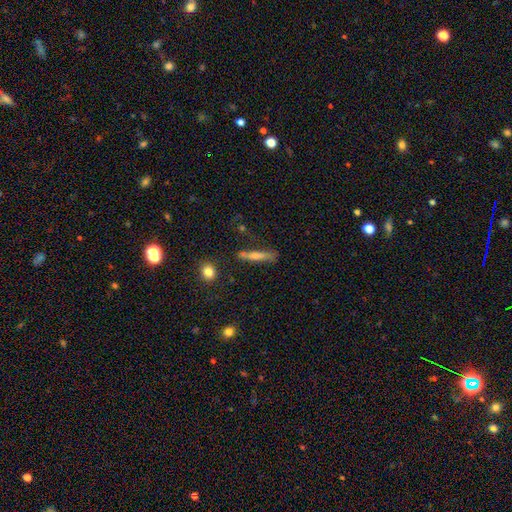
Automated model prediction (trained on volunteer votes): smooth 52%, featured or disk 37%, star or artifact 11%. Down the decision tree: how rounded — cigar-shaped (89%); merging — none (72%).